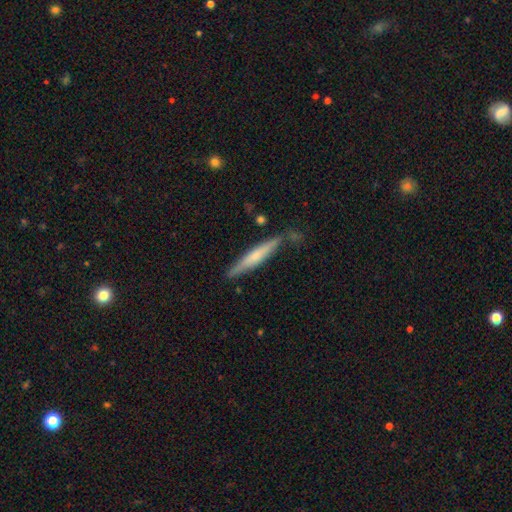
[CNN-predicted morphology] This is possibly a smooth galaxy (52%). How rounded: clearly cigar-shaped (93%). Merging: likely none (77%).